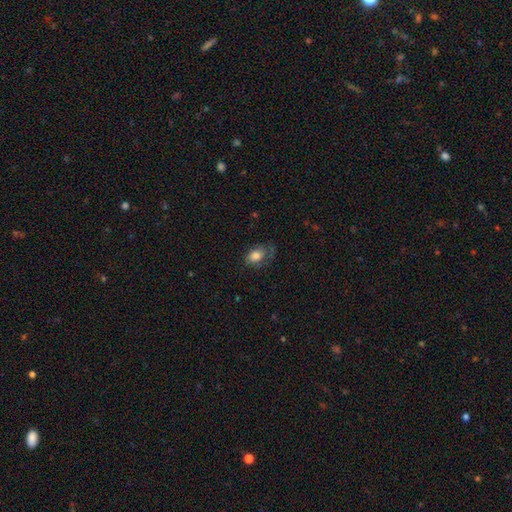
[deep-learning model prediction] Smooth or featured: smooth — 67% (featured or disk — 24%)
How rounded: in between — 82% (round — 17%)
Merging: none — 51% (minor disturbance — 27%)